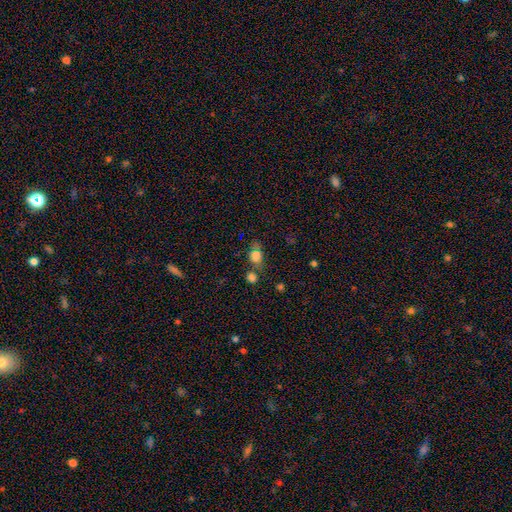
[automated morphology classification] Q: Smooth or featured?
A: smooth (73%); runner-up: star or artifact (19%)
Q: How rounded?
A: in between (60%); runner-up: round (37%)
Q: Merging?
A: none (57%); runner-up: merger (20%)